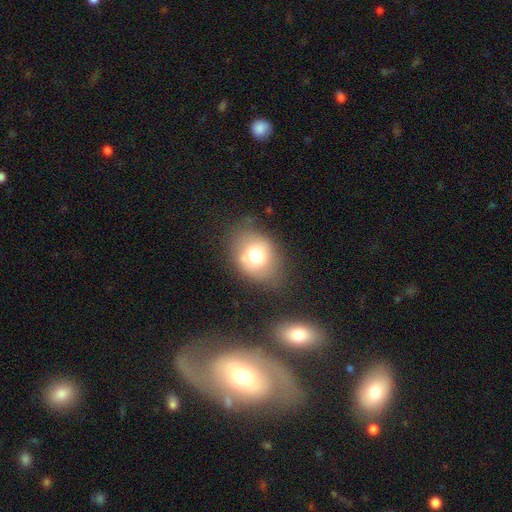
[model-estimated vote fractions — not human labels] smooth 72%, featured or disk 18%, star or artifact 10%. Down the decision tree: how rounded — in between (56%); merging — none (65%).